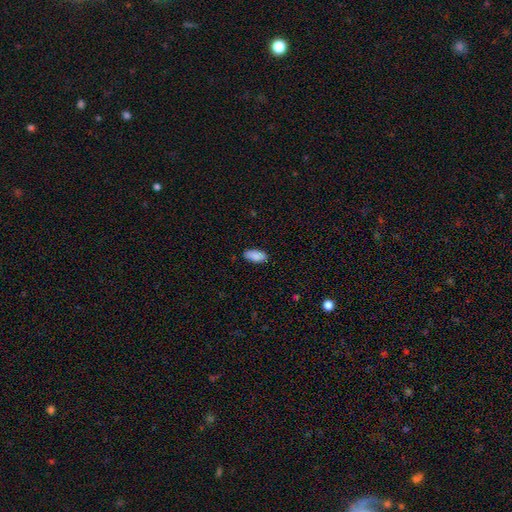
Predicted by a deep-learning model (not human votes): smooth 88%, star or artifact 6%, featured or disk 6%. Down the decision tree: how rounded — in between (91%); merging — none (84%).